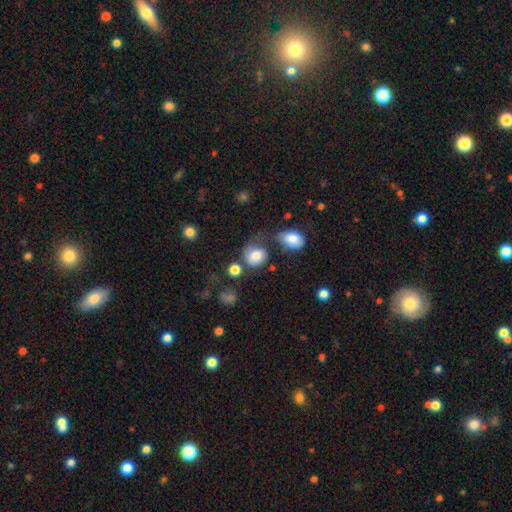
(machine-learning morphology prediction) This is likely a smooth galaxy (78%). How rounded: likely round (67%). Merging: marginally none (34%).